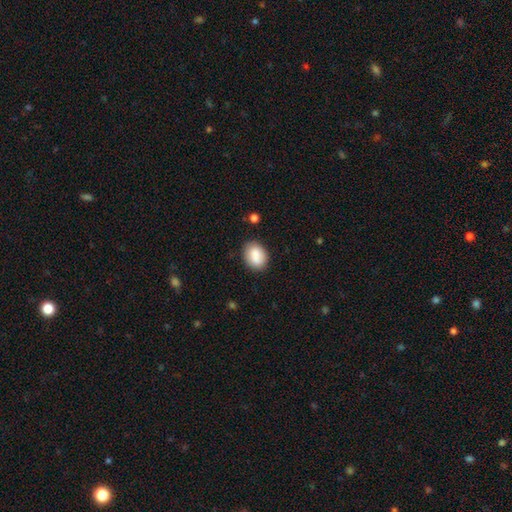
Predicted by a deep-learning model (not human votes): Morphology: type=smooth (86%); roundness=in between (71%); merging=none (80%).